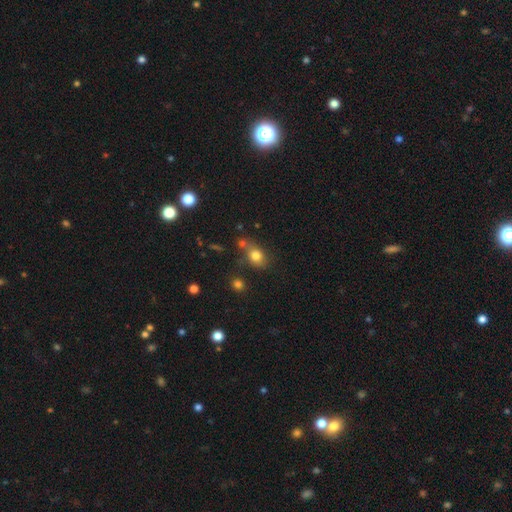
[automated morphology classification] smooth-or-featured: smooth: 78% | star or artifact: 12% | featured or disk: 10%
  how-rounded: in between: 52% | round: 46% | cigar-shaped: 2%
  merging: none: 57% | merger: 19% | minor disturbance: 18% | major disturbance: 7%